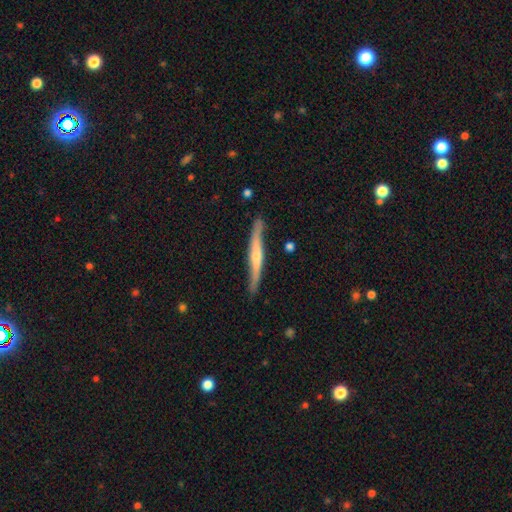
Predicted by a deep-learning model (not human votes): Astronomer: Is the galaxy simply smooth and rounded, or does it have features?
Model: featured or disk — 74%.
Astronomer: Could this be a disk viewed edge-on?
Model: yes — 95%.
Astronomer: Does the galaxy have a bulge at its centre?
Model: rounded — 76%.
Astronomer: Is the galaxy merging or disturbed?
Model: none — 86%.